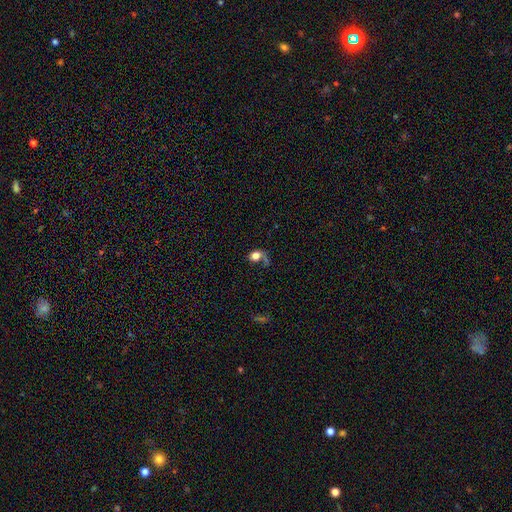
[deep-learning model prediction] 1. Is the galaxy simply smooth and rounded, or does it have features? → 68% smooth, 20% featured or disk, 12% star or artifact.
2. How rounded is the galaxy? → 53% in between, 45% round, 2% cigar-shaped.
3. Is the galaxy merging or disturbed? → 37% none, 31% major disturbance, 19% minor disturbance, 13% merger.